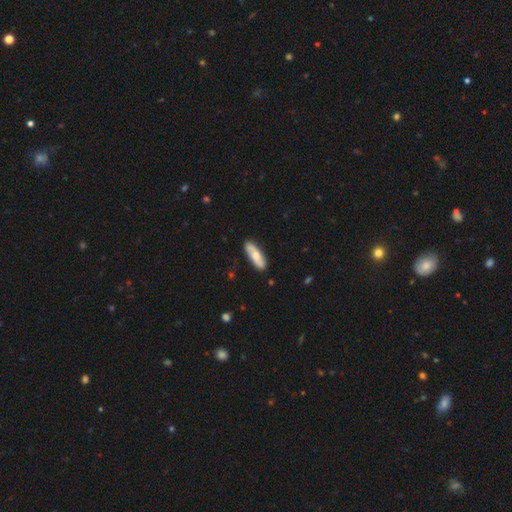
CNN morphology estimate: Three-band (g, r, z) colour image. It shows a smooth galaxy with no disk features (54%) that is in between round and cigar-shaped (54%). Merging: none (87%).